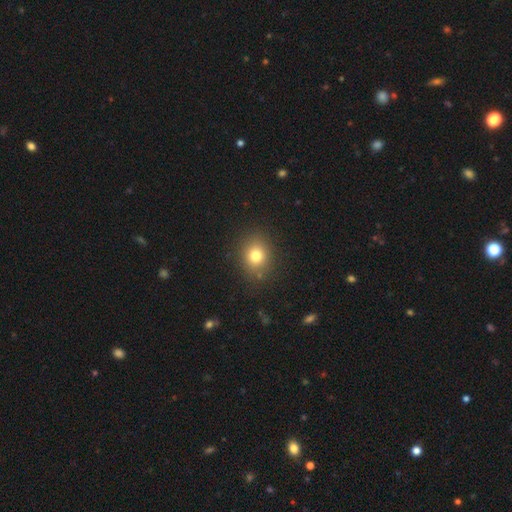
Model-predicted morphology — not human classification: A smooth galaxy with no disk features (78%) that is round (72%).

Vote fractions:
- Smooth or featured? smooth: 78% / star or artifact: 14% / featured or disk: 9%
- How rounded? round: 72% / in between: 28% / cigar-shaped: 1%
- Merging? none: 86% / minor disturbance: 9% / major disturbance: 3% / merger: 2%